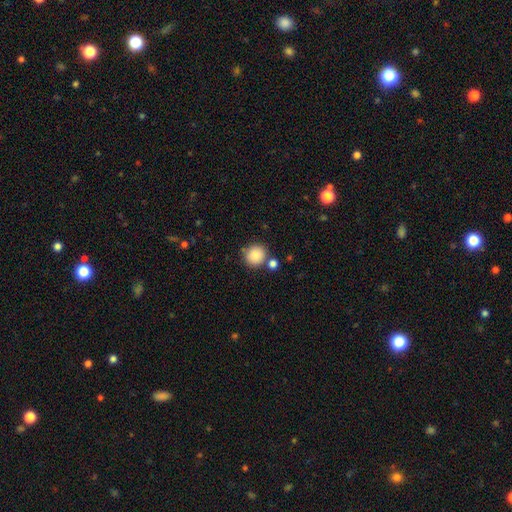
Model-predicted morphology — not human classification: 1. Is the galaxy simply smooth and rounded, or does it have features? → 86% smooth, 9% star or artifact, 5% featured or disk.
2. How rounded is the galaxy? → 91% round, 8% in between, 1% cigar-shaped.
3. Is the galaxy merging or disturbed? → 75% none, 12% merger, 10% minor disturbance, 3% major disturbance.